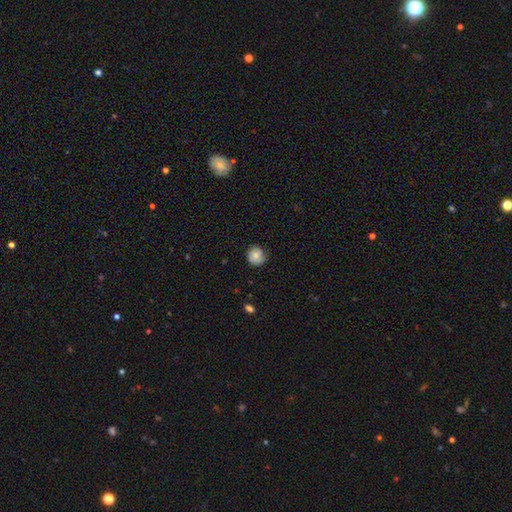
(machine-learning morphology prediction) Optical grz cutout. It shows a smooth galaxy with no disk features (78%) that is round (88%). Merging: none (77%).